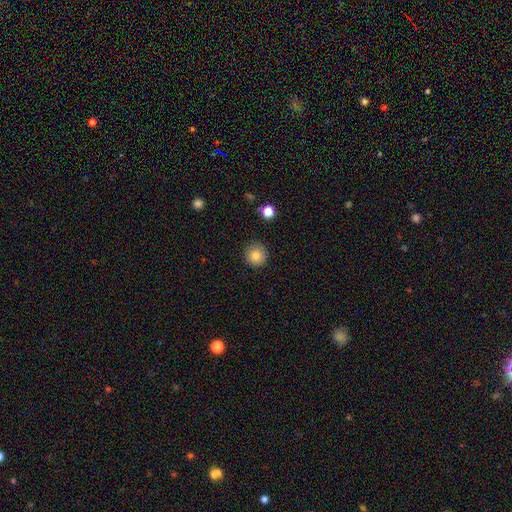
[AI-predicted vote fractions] Smooth or featured? smooth (83%)
How rounded? round (95%)
Merging? none (91%)